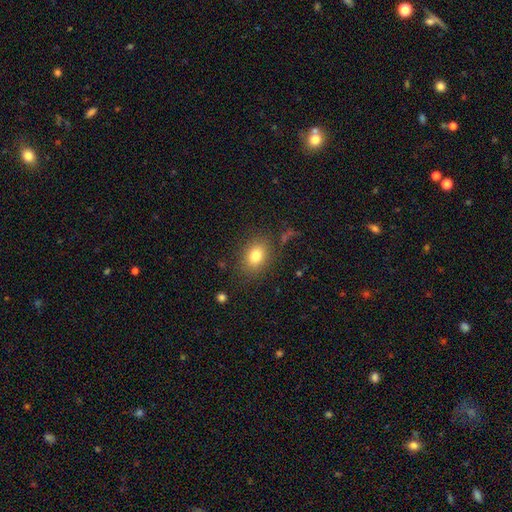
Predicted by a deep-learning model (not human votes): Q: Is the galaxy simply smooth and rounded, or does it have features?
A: smooth — 81%.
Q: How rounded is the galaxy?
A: in between — 69%.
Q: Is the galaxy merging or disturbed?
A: none — 82%.